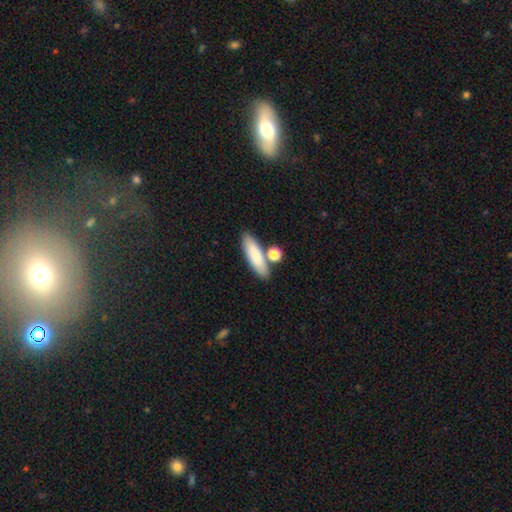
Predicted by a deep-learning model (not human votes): This appears to be a smooth galaxy with no disk features (81%) that is cigar-shaped (54%). Merging: none (70%).